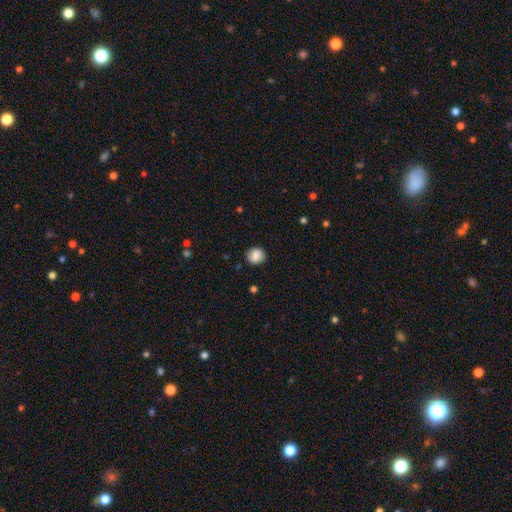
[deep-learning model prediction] Morphology: type=smooth (82%); roundness=round (78%); merging=none (86%).